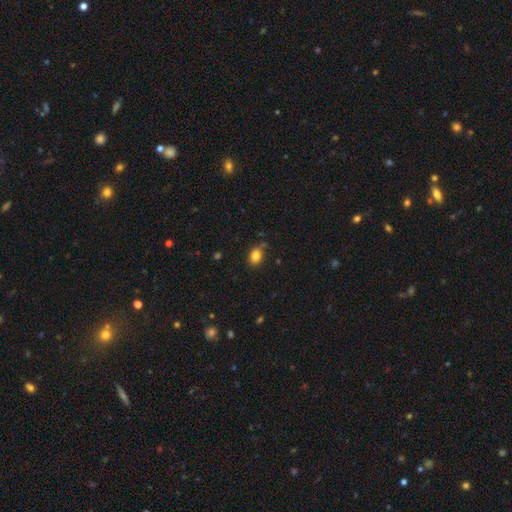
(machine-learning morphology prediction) This appears to be a smooth galaxy with no disk features (84%) that is in between round and cigar-shaped (64%). Merging: none (80%).